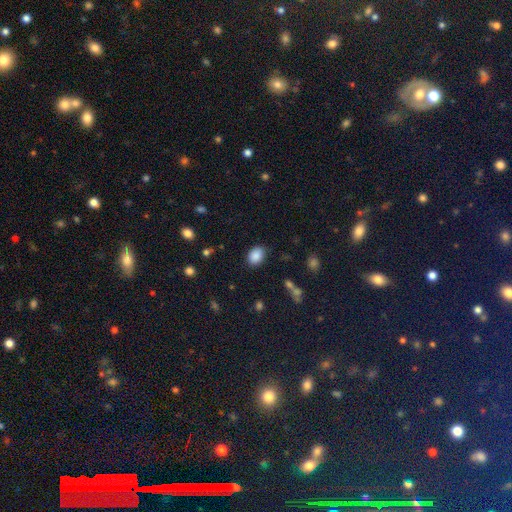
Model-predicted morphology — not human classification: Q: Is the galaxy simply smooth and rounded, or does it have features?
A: smooth — 87%.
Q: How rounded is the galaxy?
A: in between — 79%.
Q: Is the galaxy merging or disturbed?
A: none — 83%.